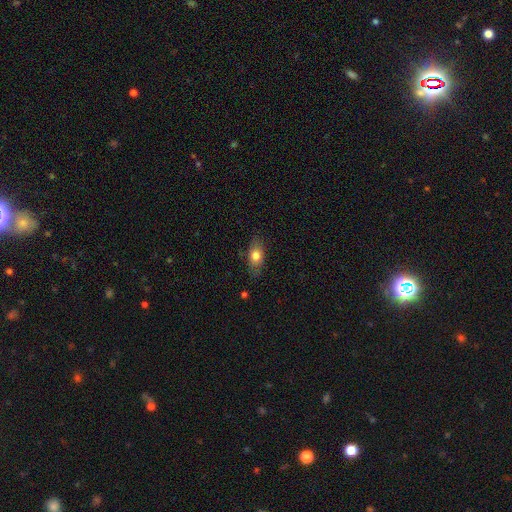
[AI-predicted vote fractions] This appears to be a smooth galaxy with no disk features (75%) that is in between round and cigar-shaped (81%). Merging: none (82%).